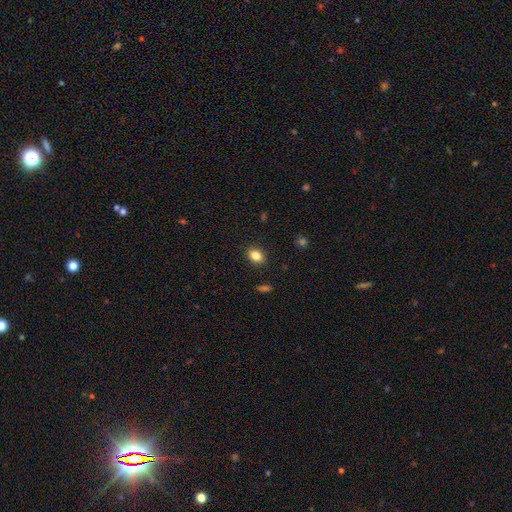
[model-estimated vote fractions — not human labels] Smooth or featured? smooth (84%)
How rounded? in between (71%)
Merging? none (89%)